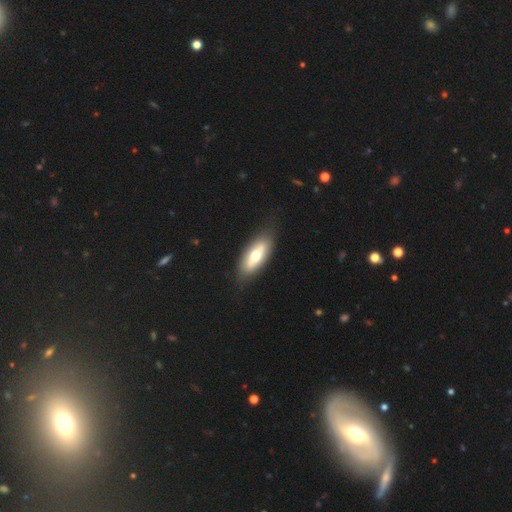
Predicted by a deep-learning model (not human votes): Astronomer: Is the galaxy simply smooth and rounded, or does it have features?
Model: smooth — 58% (runner-up: featured or disk, 37%).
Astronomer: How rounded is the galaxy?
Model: in between — 79%.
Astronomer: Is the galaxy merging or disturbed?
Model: none — 83%.